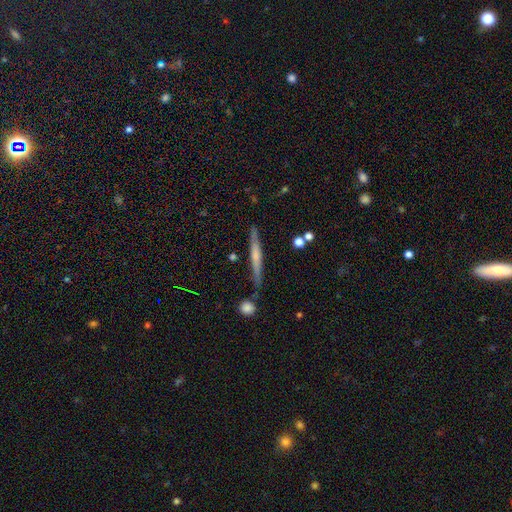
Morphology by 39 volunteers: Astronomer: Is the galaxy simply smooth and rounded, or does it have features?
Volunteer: smooth — 51% (runner-up: featured or disk, 41%).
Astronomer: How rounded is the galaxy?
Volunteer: cigar-shaped — 95%.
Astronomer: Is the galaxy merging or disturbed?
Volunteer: none — 83%.